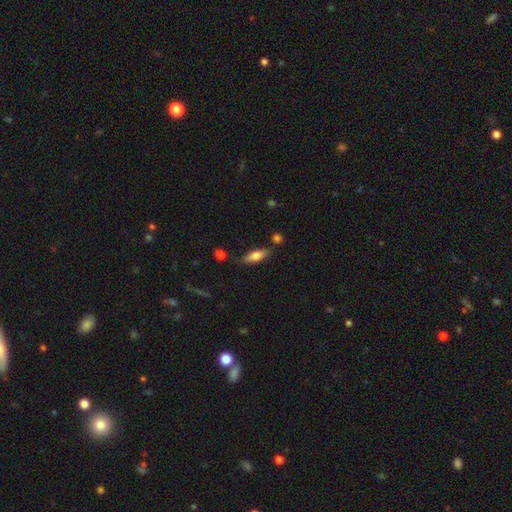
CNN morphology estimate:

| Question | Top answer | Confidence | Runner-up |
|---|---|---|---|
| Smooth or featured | smooth | 63% | featured or disk (30%) |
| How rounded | in between | 55% | cigar-shaped (42%) |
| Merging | none | 76% | minor disturbance (15%) |